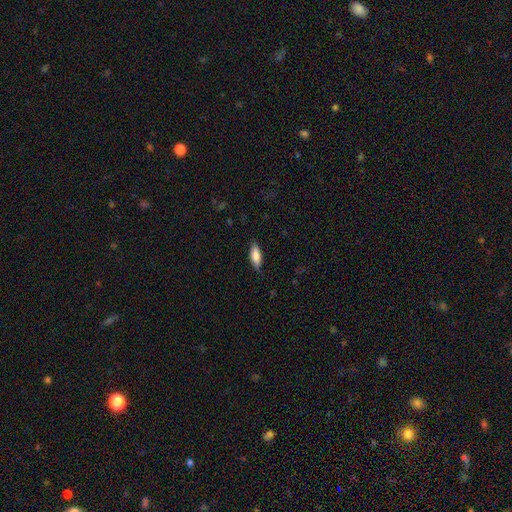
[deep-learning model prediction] smooth 82%, featured or disk 12%, star or artifact 6%. Down the decision tree: how rounded — in between (66%); merging — none (83%).